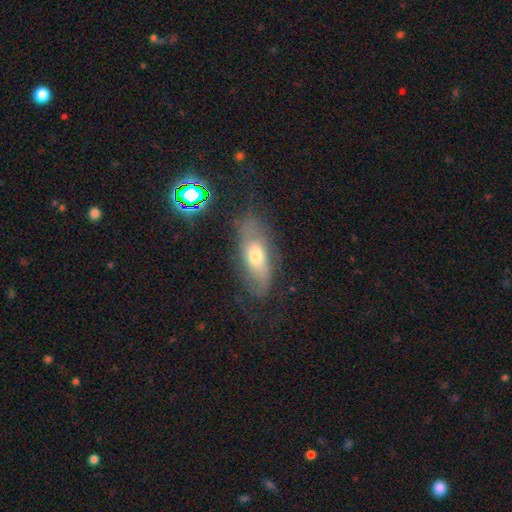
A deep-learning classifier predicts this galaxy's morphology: Q: Smooth or featured?
A: featured or disk (47%); runner-up: smooth (43%)
Q: Merging?
A: none (61%); runner-up: minor disturbance (24%)